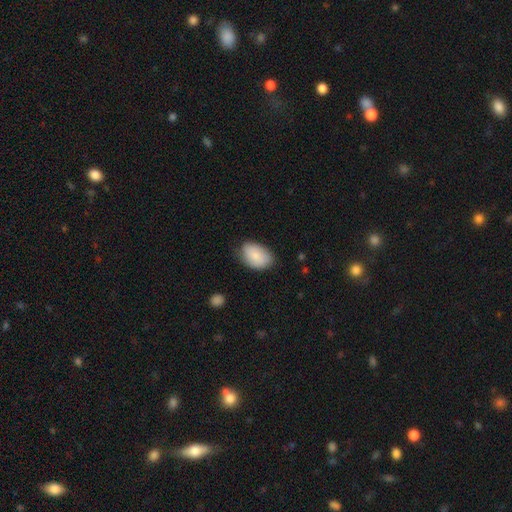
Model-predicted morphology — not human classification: This appears to be a smooth galaxy with no disk features (85%) that is in between round and cigar-shaped (89%). Merging: none (72%).